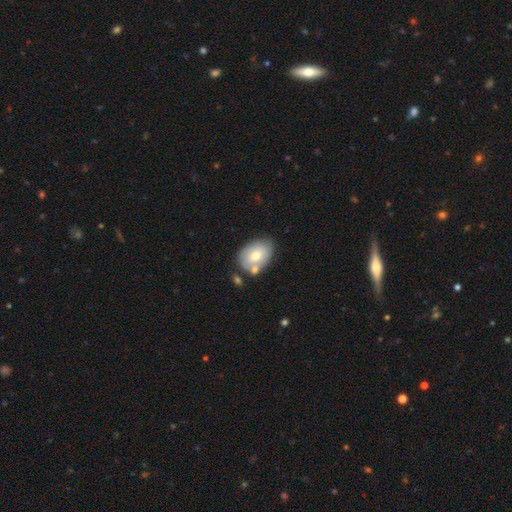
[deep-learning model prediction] smooth 66%, featured or disk 27%, star or artifact 7%. Down the decision tree: how rounded — in between (79%); merging — none (57%).